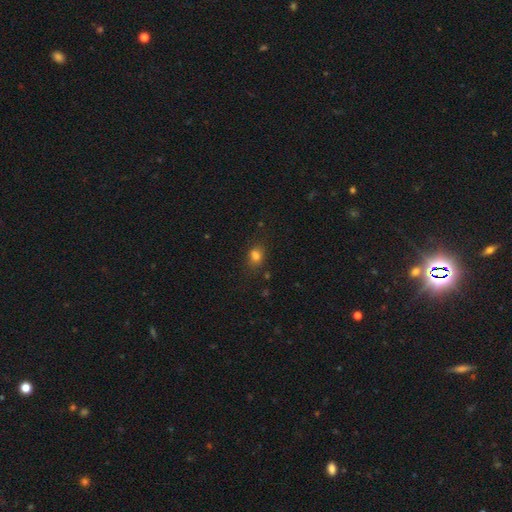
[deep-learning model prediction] This appears to be a smooth galaxy with no disk features (77%) that is in between round and cigar-shaped (57%). Merging: none (66%).